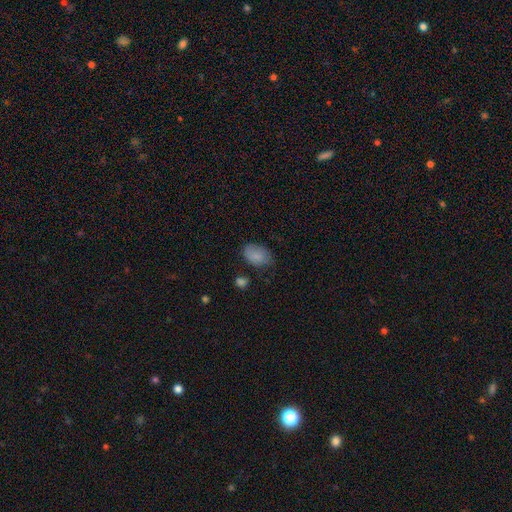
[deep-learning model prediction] A smooth galaxy with no disk features (84%) that is in between round and cigar-shaped (87%).

Vote fractions:
- Smooth or featured? smooth: 84% / star or artifact: 8% / featured or disk: 7%
- How rounded? in between: 87% / round: 11% / cigar-shaped: 1%
- Merging? none: 66% / minor disturbance: 25% / major disturbance: 6% / merger: 3%